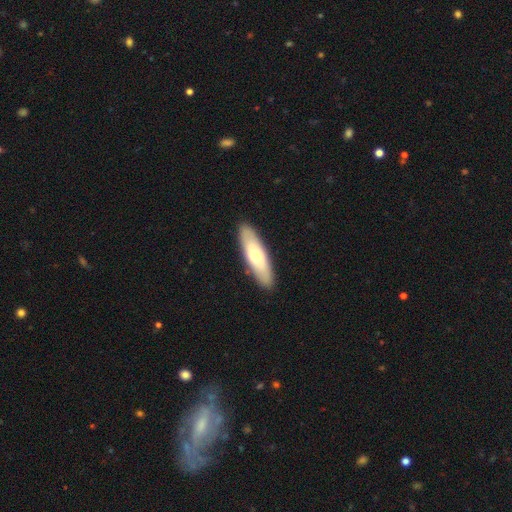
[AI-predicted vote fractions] Morphology: type=smooth (62%); roundness=cigar-shaped (59%); merging=none (90%).